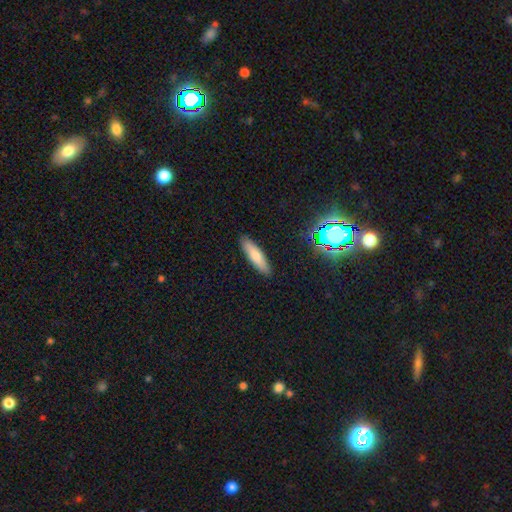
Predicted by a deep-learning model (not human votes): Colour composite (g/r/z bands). It shows a smooth galaxy with no disk features (72%) that is cigar-shaped (67%). Merging: none (90%).